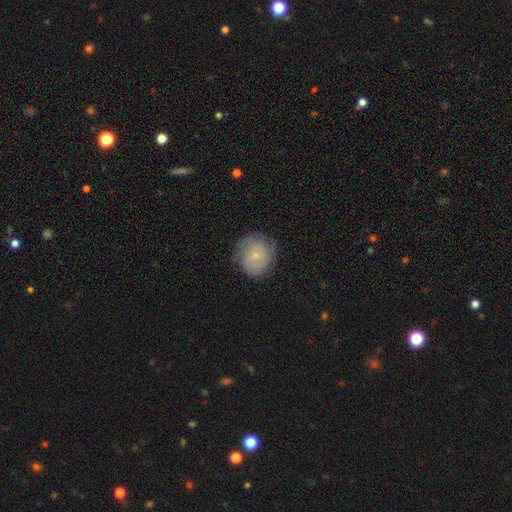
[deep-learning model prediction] Smooth or featured: smooth — 60% (featured or disk — 32%)
How rounded: round — 86% (in between — 13%)
Merging: none — 71% (minor disturbance — 21%)